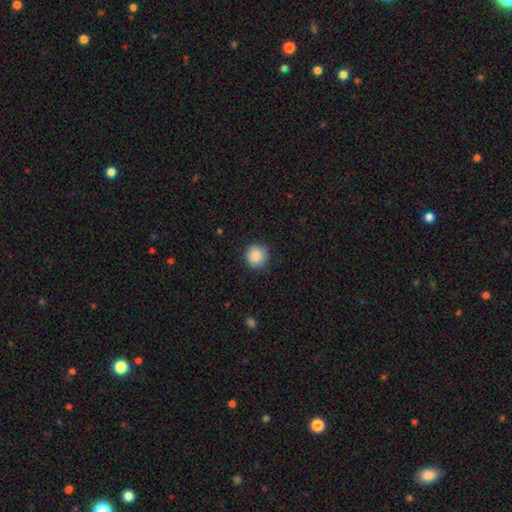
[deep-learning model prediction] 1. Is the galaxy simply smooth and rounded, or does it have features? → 89% smooth, 8% star or artifact, 3% featured or disk.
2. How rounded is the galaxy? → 94% round, 5% in between, 1% cigar-shaped.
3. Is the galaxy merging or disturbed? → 89% none, 8% minor disturbance, 2% major disturbance, 1% merger.